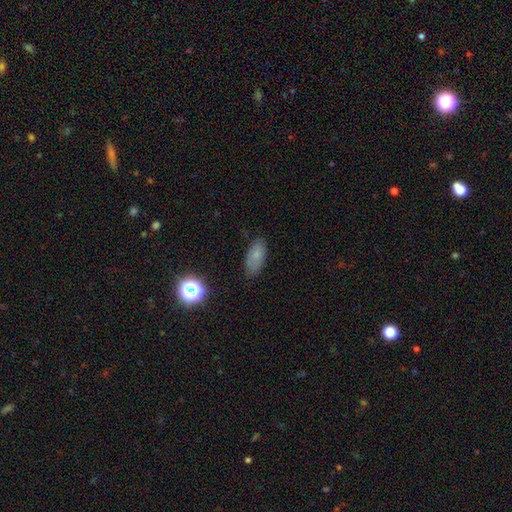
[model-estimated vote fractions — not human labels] Smooth or featured: smooth — 76% (featured or disk — 13%)
How rounded: in between — 88% (cigar-shaped — 8%)
Merging: none — 77% (minor disturbance — 18%)